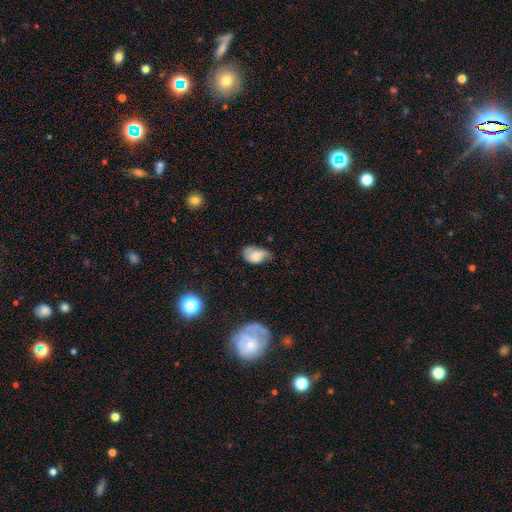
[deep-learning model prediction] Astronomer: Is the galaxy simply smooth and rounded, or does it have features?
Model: smooth — 74%.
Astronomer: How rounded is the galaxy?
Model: in between — 85%.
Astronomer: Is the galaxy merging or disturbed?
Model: minor disturbance — 43% (runner-up: none, 40%).